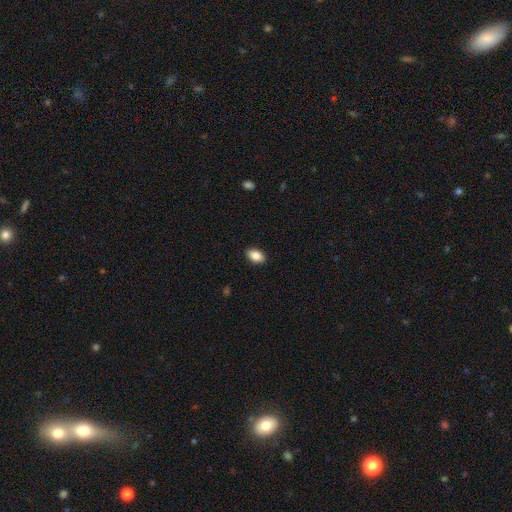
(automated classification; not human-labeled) This appears to be a smooth galaxy with no disk features (87%) that is in between round and cigar-shaped (89%). Merging: none (89%).